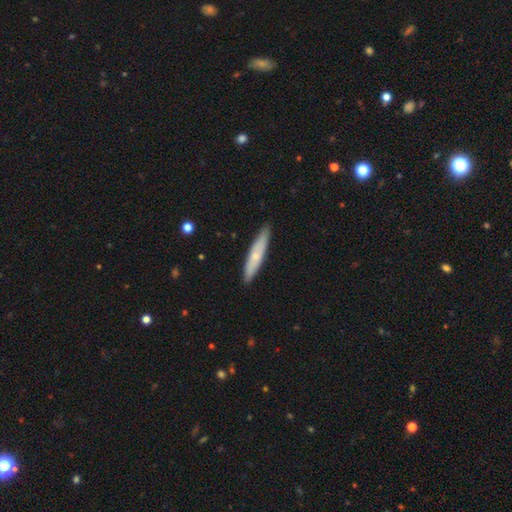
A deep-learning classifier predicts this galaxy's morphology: A smooth galaxy with no disk features (60%) that is cigar-shaped (88%). Merging: none (88%).